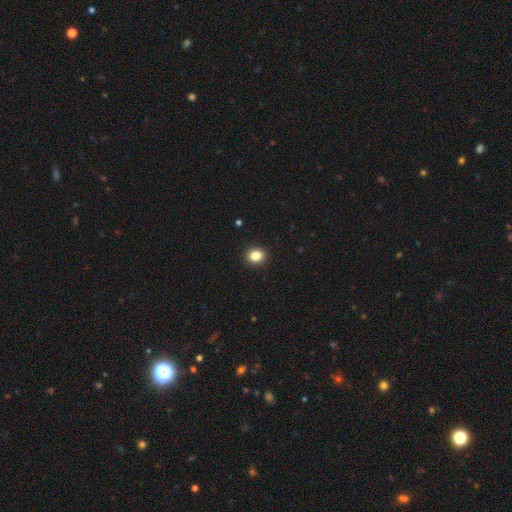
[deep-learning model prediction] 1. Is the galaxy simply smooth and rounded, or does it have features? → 84% smooth, 10% star or artifact, 5% featured or disk.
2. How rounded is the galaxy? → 66% round, 33% in between, 1% cigar-shaped.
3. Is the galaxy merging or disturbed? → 92% none, 5% minor disturbance, 2% major disturbance, 1% merger.